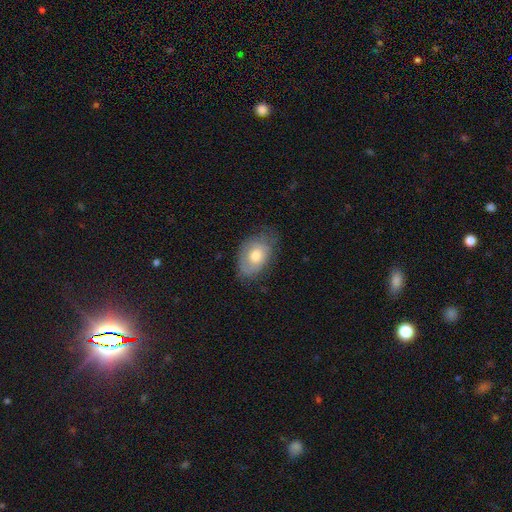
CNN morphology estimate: smooth_or_featured: smooth (p=0.66) [alt: featured or disk p=0.27]
how_rounded: in between (p=0.87) [alt: round p=0.12]
merging: none (p=0.62) [alt: minor disturbance p=0.28]